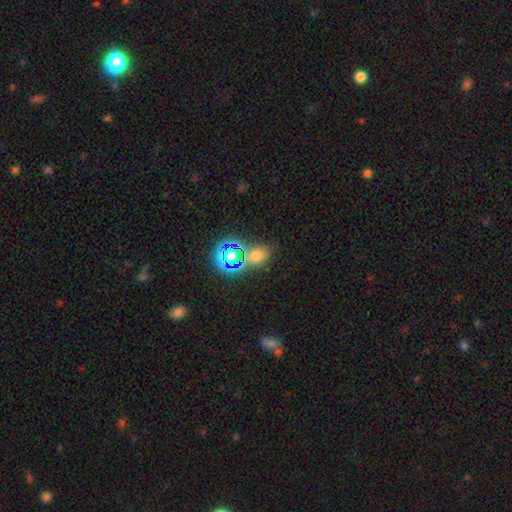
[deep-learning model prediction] This appears to be a smooth galaxy with no disk features (55%) that is in between round and cigar-shaped (55%). Merging: none (67%).